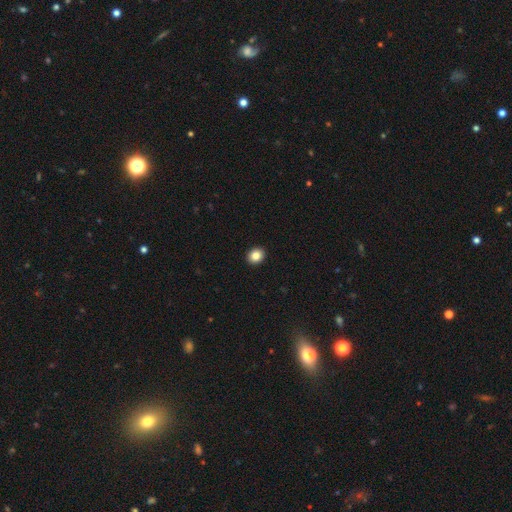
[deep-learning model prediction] This appears to be a smooth galaxy with no disk features (85%) that is round (66%). Merging: none (93%).